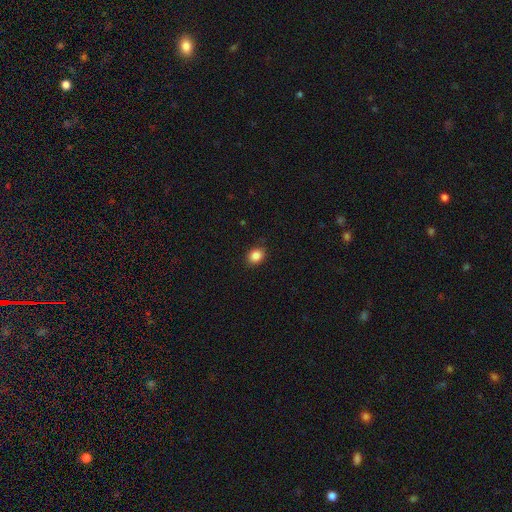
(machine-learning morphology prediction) This is clearly a smooth galaxy (86%). How rounded: possibly round (56%). Merging: clearly none (86%).